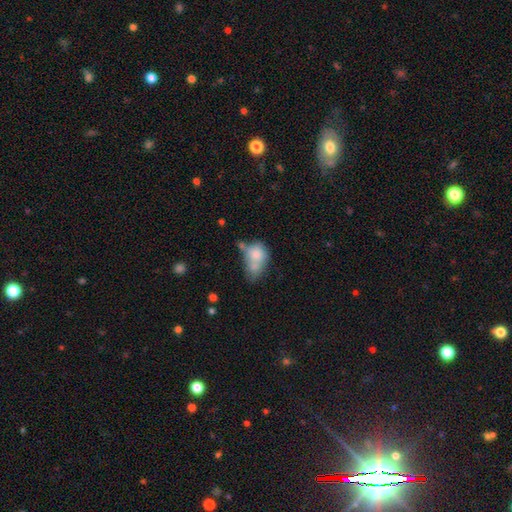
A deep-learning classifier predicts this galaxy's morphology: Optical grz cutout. It shows a smooth galaxy with no disk features (72%) that is in between round and cigar-shaped (60%). Merging: merger (50%).